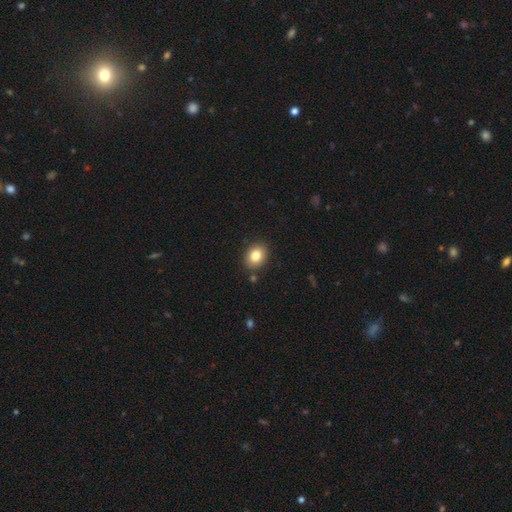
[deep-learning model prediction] smooth 83%, star or artifact 9%, featured or disk 8%. Down the decision tree: how rounded — in between (55%); merging — none (87%).